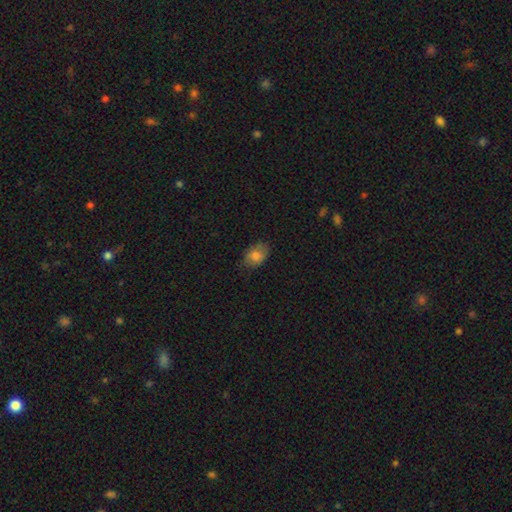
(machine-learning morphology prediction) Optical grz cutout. It shows a smooth galaxy with no disk features (80%) that is in between round and cigar-shaped (79%). Merging: none (73%).